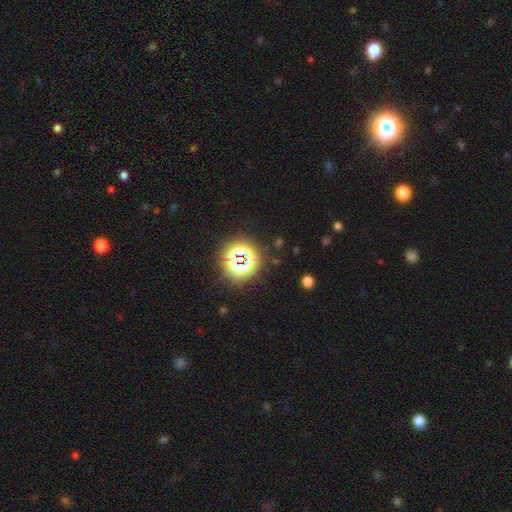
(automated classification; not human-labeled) Smooth or featured? Predicted: star or artifact (p=0.82).